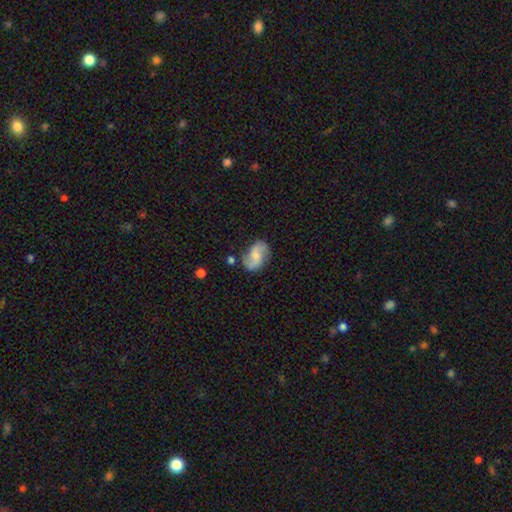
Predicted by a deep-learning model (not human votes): Smooth or featured?
  - featured or disk: 71% *
  - smooth: 22%
  - star or artifact: 7%
Edge-on disk?
  - no: 98% *
  - yes: 2%
Bar?
  - no: 49% *
  - weak: 41%
  - strong: 10%
Spiral arms?
  - yes: 94% *
  - no: 6%
Spiral winding?
  - loose: 54% *
  - medium: 36%
  - tight: 11%
Spiral arm count?
  - 2: 91% *
  - can't tell: 3%
  - 1: 2%
  - 3: 1%
  - 4: 1%
  - more than 4: 1%
Bulge size?
  - small: 40% *
  - moderate: 37%
  - none: 17%
  - large: 5%
  - dominant: 2%
Merging?
  - none: 74% *
  - minor disturbance: 17%
  - major disturbance: 5%
  - merger: 4%